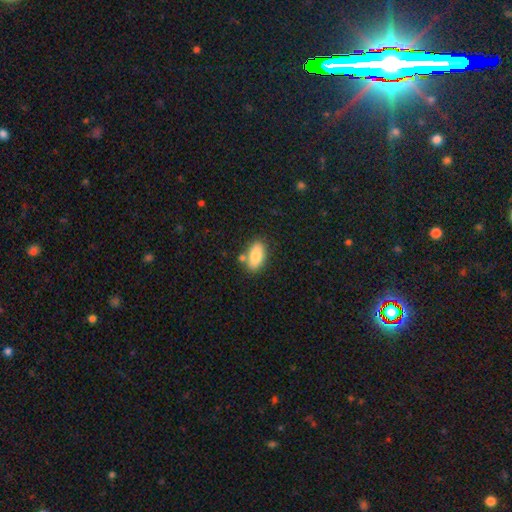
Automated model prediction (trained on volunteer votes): Smooth or featured: smooth — 84% (featured or disk — 9%)
How rounded: in between — 91% (cigar-shaped — 6%)
Merging: none — 73% (minor disturbance — 14%)